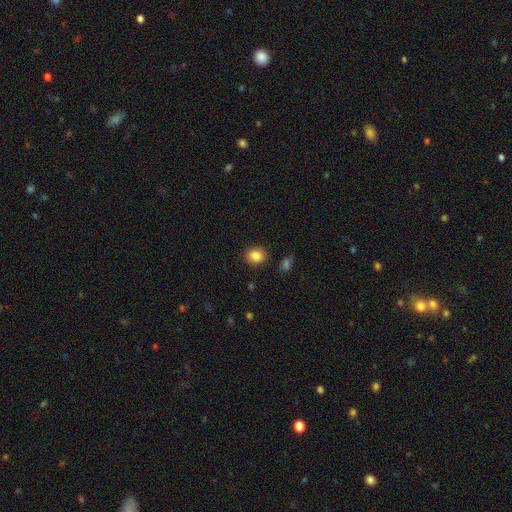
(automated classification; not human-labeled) Smooth or featured: smooth — 85% (star or artifact — 10%)
How rounded: round — 70% (in between — 30%)
Merging: none — 89% (minor disturbance — 7%)